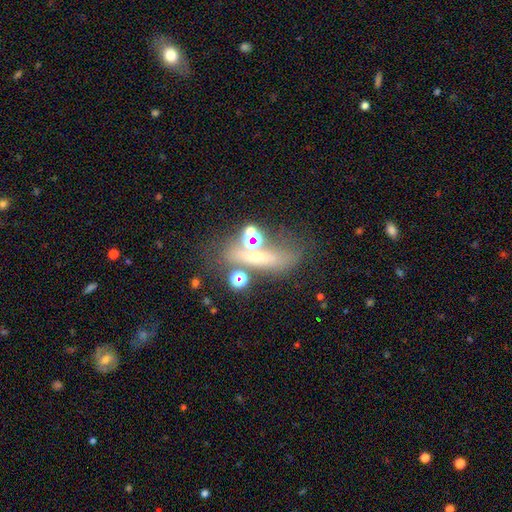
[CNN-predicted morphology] The model was most divided on "smooth or featured": star or artifact: 35%, smooth: 33%, featured or disk: 32%.